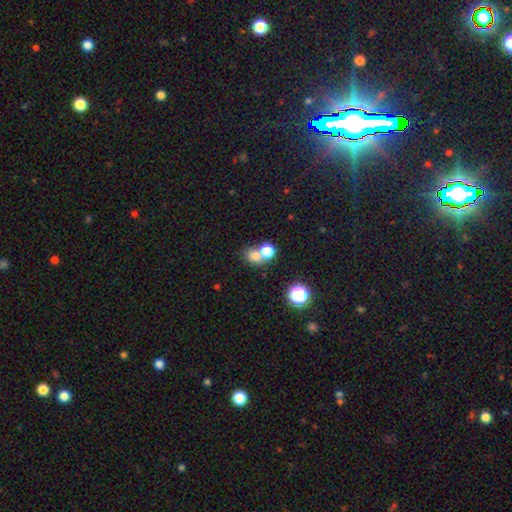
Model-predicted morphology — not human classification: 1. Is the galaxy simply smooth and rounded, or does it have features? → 75% smooth, 16% star or artifact, 9% featured or disk.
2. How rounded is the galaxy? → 68% round, 31% in between, 1% cigar-shaped.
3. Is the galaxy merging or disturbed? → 48% merger, 40% none, 7% minor disturbance, 4% major disturbance.